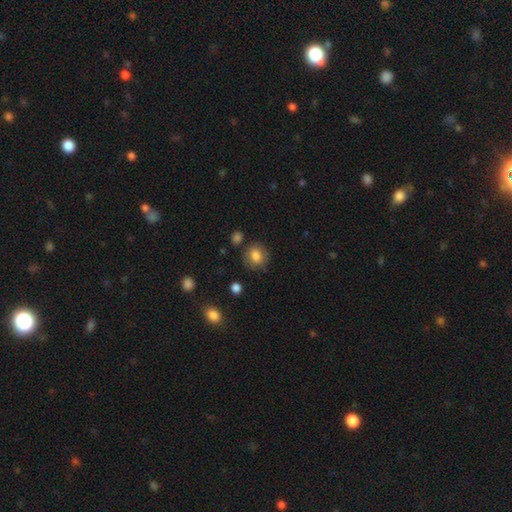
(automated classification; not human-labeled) Smooth or featured? Predicted: smooth (p=0.79). How rounded? Predicted: round (p=0.74). Merging? Predicted: none (p=0.79).